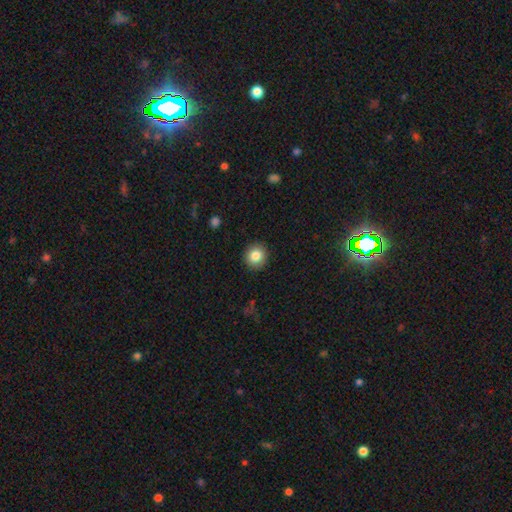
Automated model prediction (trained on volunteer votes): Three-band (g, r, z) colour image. It shows a smooth galaxy with no disk features (84%) that is round (89%). Merging: none (92%).